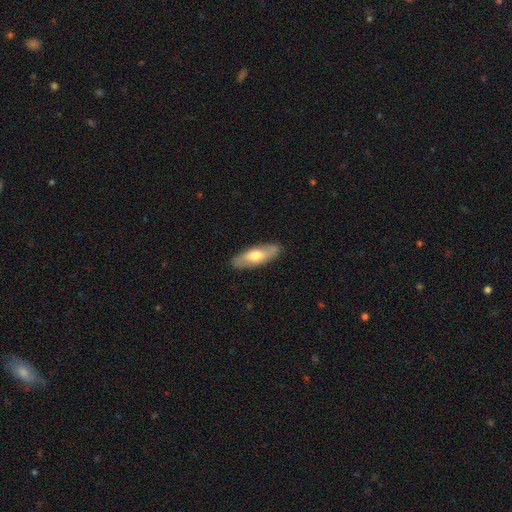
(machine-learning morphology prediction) A smooth galaxy with no disk features (53%) that is in between round and cigar-shaped (66%).

Vote fractions:
- Smooth or featured? smooth: 53% / featured or disk: 42% / star or artifact: 5%
- How rounded? in between: 66% / cigar-shaped: 32% / round: 3%
- Merging? none: 86% / minor disturbance: 11% / major disturbance: 2% / merger: 1%